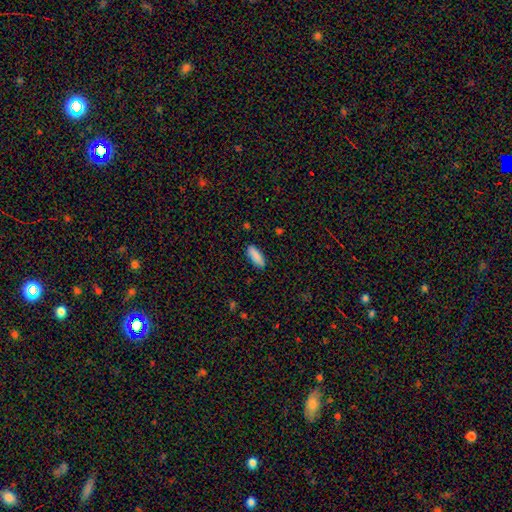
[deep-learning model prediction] Smooth or featured? smooth (89%)
How rounded? in between (70%)
Merging? none (87%)